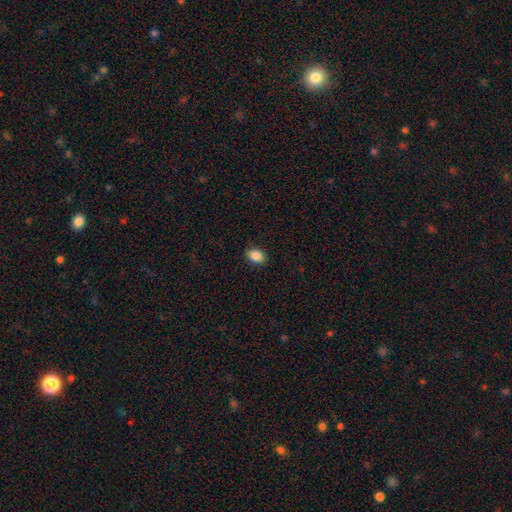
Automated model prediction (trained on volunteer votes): Morphology: type=smooth (87%); roundness=in between (74%); merging=none (89%).